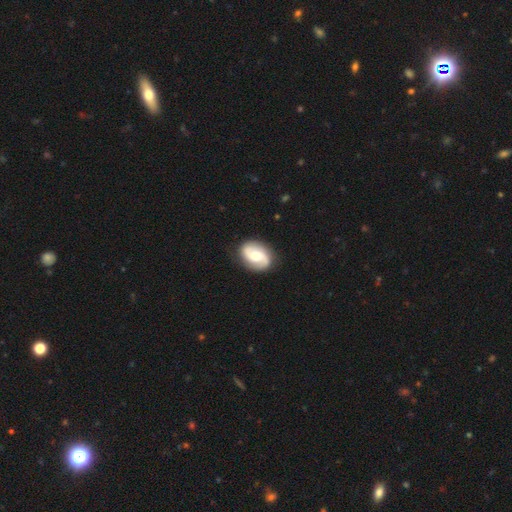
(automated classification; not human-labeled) This appears to be a featured or disk galaxy (75%) with no bar (55%), 2 (91%) medium (44%) spiral arms (95%) and a moderate central bulge (62%). Merging: none (86%).